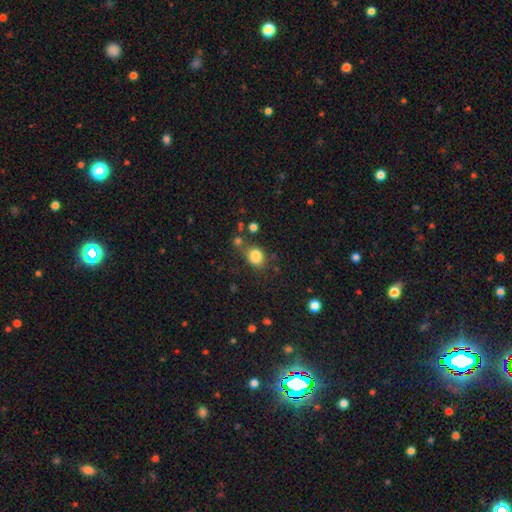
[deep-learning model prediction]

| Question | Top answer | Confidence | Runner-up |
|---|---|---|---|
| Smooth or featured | smooth | 83% | star or artifact (11%) |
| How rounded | round | 58% | in between (41%) |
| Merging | none | 62% | minor disturbance (18%) |